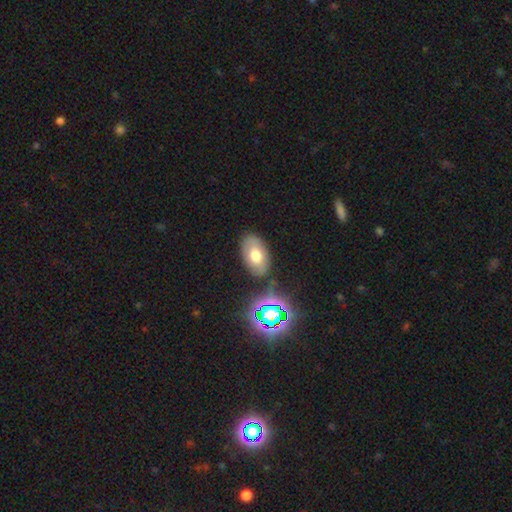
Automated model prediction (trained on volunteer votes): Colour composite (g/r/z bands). It shows a smooth galaxy with no disk features (62%) that is in between round and cigar-shaped (91%). Merging: none (78%).